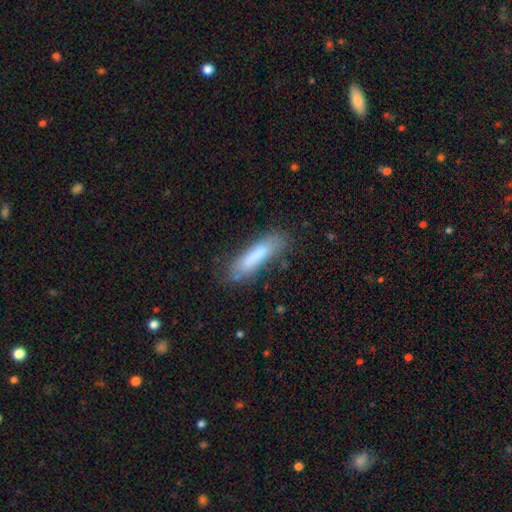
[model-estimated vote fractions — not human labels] Smooth or featured?
  - smooth: 77% *
  - featured or disk: 16%
  - star or artifact: 7%
How rounded?
  - cigar-shaped: 74% *
  - in between: 25%
  - round: 1%
Merging?
  - none: 69% *
  - minor disturbance: 21%
  - major disturbance: 7%
  - merger: 3%